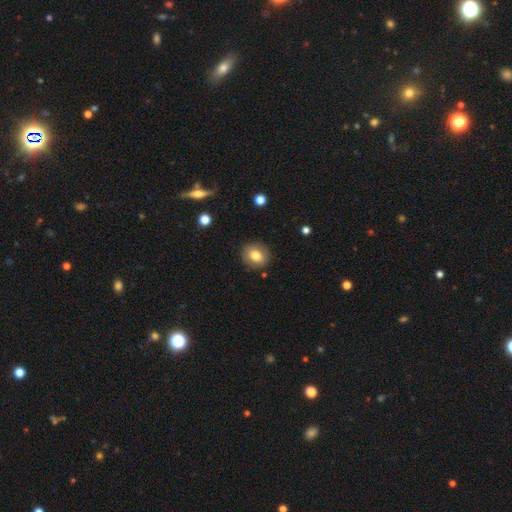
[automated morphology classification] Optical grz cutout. It shows a smooth galaxy with no disk features (75%) that is round (66%). Merging: none (85%).